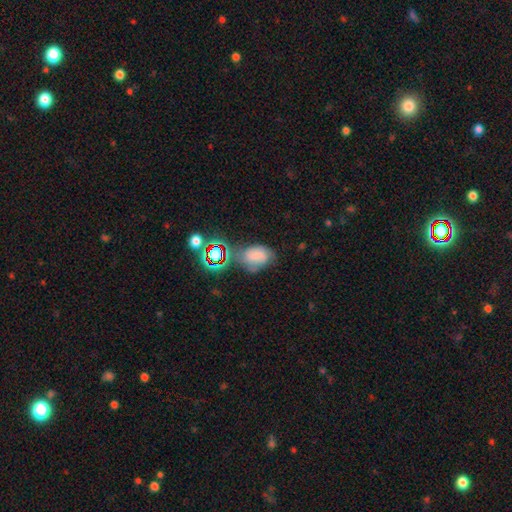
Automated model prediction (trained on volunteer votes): Smooth or featured: smooth — 55% (featured or disk — 25%)
How rounded: in between — 77% (round — 22%)
Merging: none — 41% (minor disturbance — 29%)